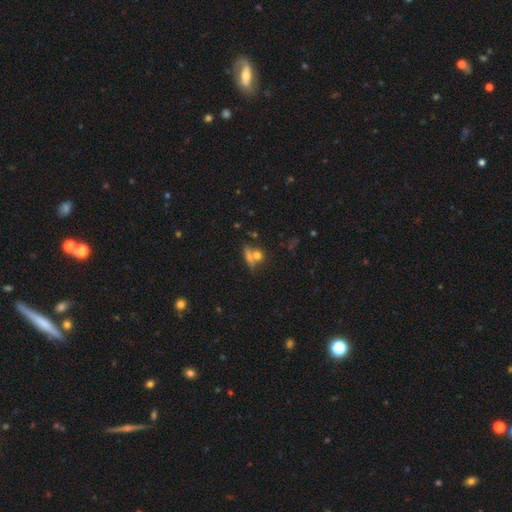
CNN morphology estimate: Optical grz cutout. It shows a smooth galaxy with no disk features (62%) that is round (50%). Merging: none (52%).